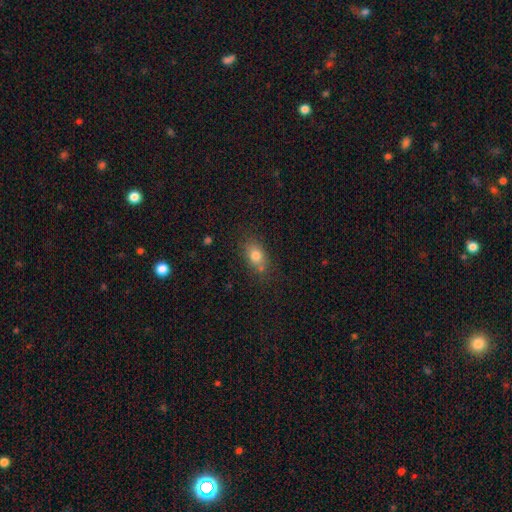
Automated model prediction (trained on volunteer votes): smooth 77%, featured or disk 12%, star or artifact 11%. Down the decision tree: how rounded — in between (73%); merging — none (69%).